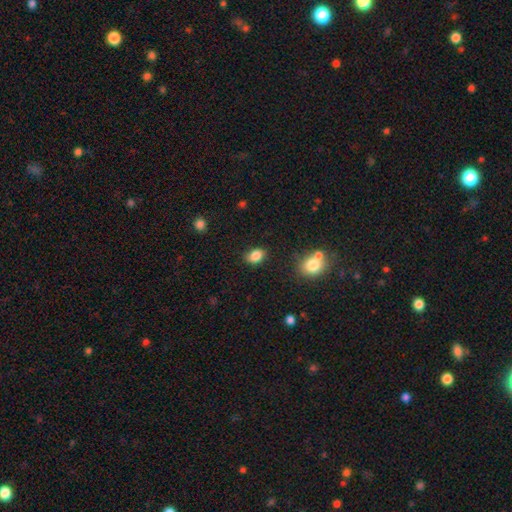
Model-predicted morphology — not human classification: A smooth galaxy with no disk features (85%) that is in between round and cigar-shaped (73%). Merging: none (78%).